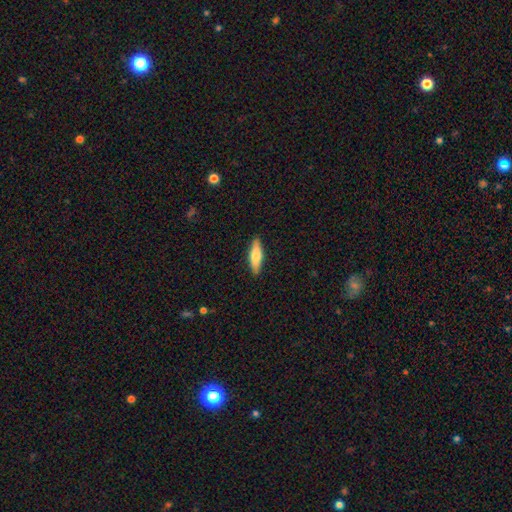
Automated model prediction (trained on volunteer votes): This is likely a smooth galaxy (69%). How rounded: possibly cigar-shaped (56%). Merging: clearly none (89%).